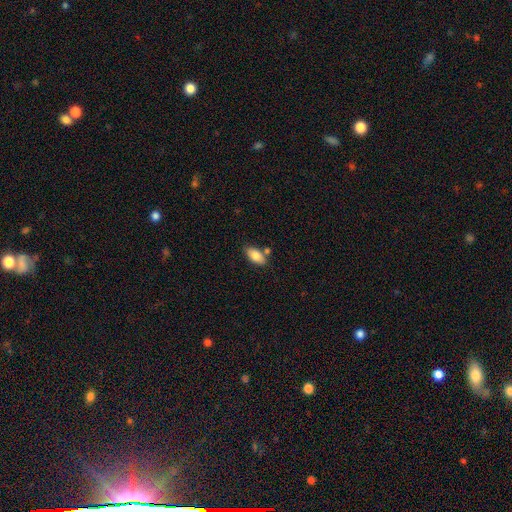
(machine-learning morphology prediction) This is clearly a smooth galaxy (82%). How rounded: clearly in between (92%). Merging: likely none (71%).